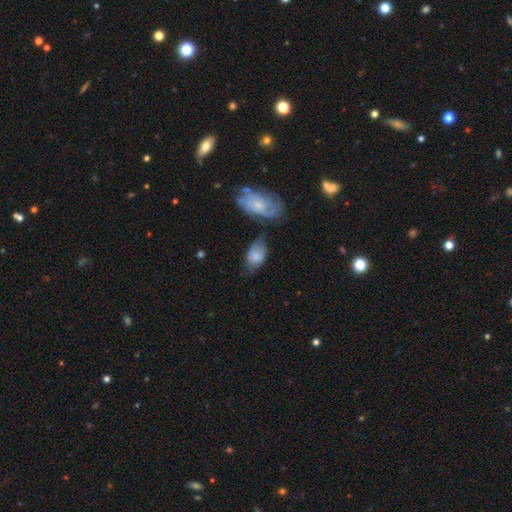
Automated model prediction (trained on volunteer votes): A smooth galaxy with no disk features (63%) that is in between round and cigar-shaped (88%).

Vote fractions:
- Smooth or featured? smooth: 63% / featured or disk: 29% / star or artifact: 8%
- How rounded? in between: 88% / round: 9% / cigar-shaped: 2%
- Merging? none: 37% / minor disturbance: 27% / merger: 20% / major disturbance: 17%